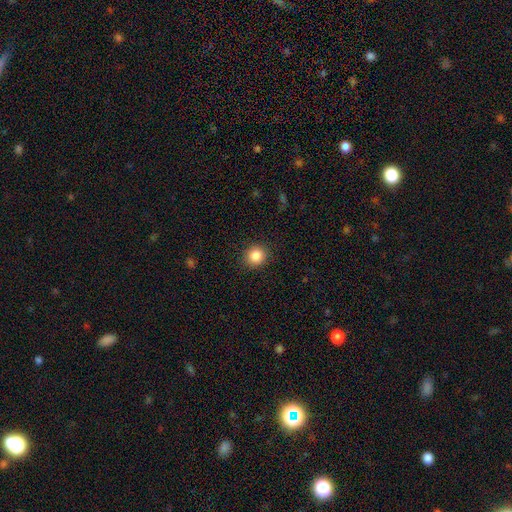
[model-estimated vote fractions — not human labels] A smooth galaxy with no disk features (86%) that is round (90%).

Vote fractions:
- Smooth or featured? smooth: 86% / star or artifact: 10% / featured or disk: 4%
- How rounded? round: 90% / in between: 9% / cigar-shaped: 1%
- Merging? none: 90% / minor disturbance: 6% / major disturbance: 2% / merger: 1%